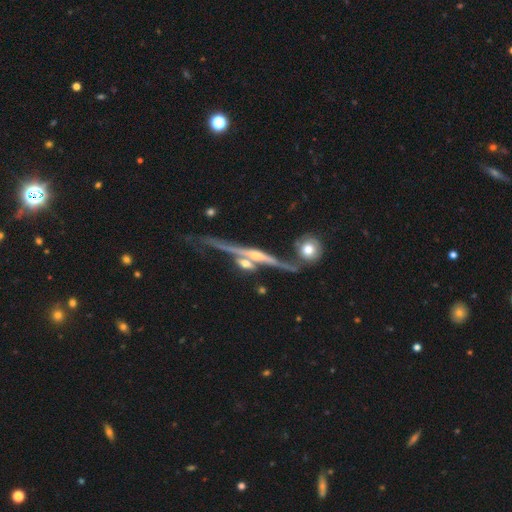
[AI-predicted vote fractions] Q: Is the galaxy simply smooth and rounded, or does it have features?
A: featured or disk — 83%.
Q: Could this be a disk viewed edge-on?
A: yes — 93%.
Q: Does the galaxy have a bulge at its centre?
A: rounded — 72%.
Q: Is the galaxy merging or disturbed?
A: none — 62%.